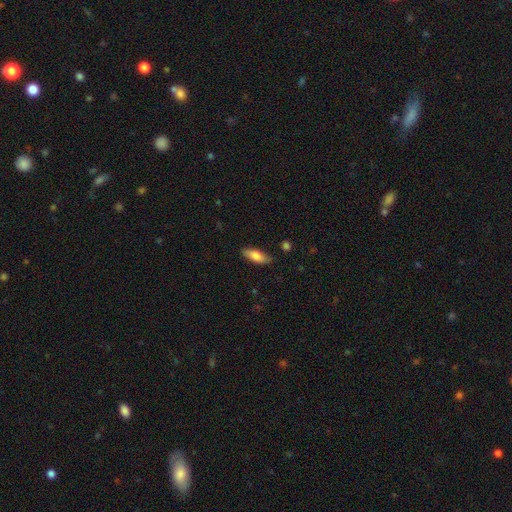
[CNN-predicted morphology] smooth 78%, featured or disk 16%, star or artifact 6%. Down the decision tree: how rounded — in between (67%); merging — none (80%).